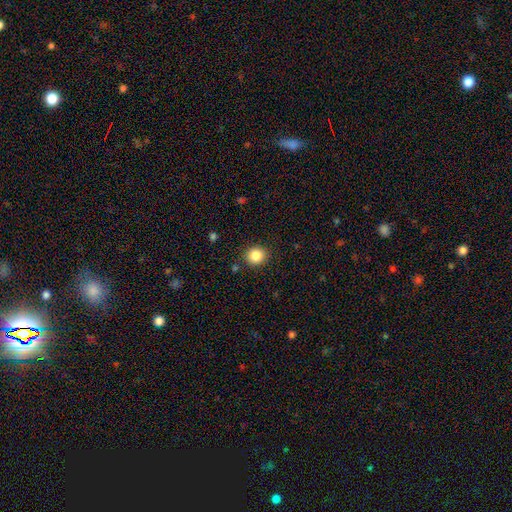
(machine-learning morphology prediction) smooth-or-featured: smooth: 85% | star or artifact: 10% | featured or disk: 5%
  how-rounded: round: 85% | in between: 14% | cigar-shaped: 1%
  merging: none: 90% | minor disturbance: 7% | major disturbance: 2% | merger: 2%